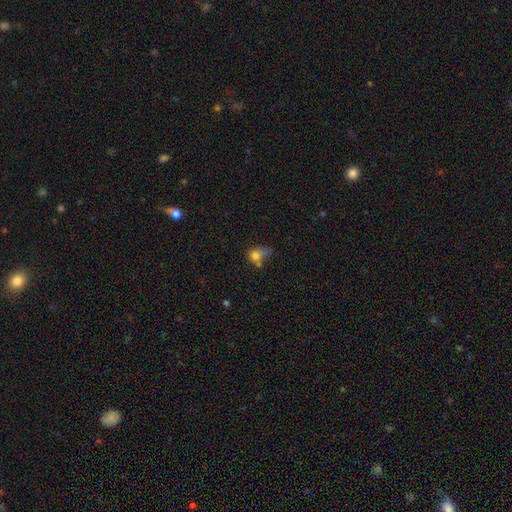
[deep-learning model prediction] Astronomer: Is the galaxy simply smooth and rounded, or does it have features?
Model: smooth — 75%.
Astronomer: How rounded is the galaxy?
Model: round — 52% (runner-up: in between, 46%).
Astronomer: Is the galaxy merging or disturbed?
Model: none — 28% (runner-up: minor disturbance, 26%).